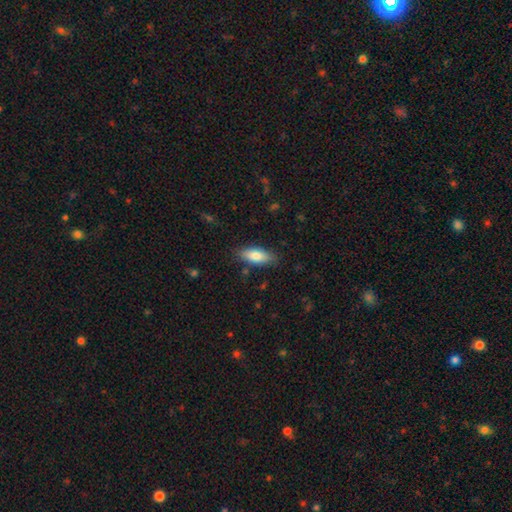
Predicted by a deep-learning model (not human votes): Overall: smooth (80%). How rounded: in between (79%). Merging: none (83%).